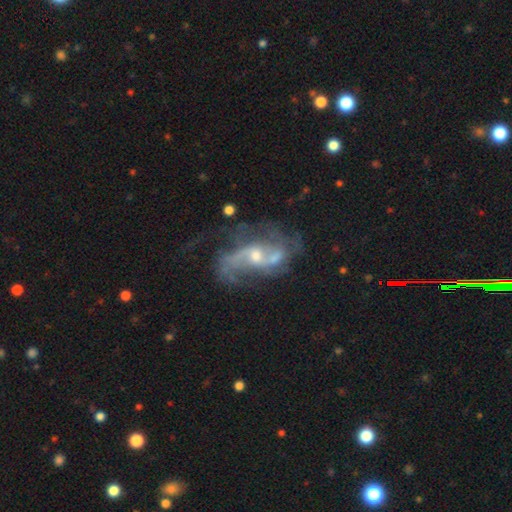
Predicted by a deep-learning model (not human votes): smooth-or-featured: featured or disk: 82% | smooth: 9% | star or artifact: 8%
  disk-edge-on: no: 96% | yes: 4%
    bar: no: 51% | weak: 37% | strong: 12%
    has-spiral-arms: yes: 86% | no: 14%
      spiral-winding: loose: 56% | medium: 33% | tight: 10%
      spiral-arm-count: 2: 68% | can't tell: 14% | 3: 7% | 1: 6% | 4: 3% | more than 4: 2%
    bulge-size: moderate: 52% | small: 40% | large: 4% | none: 3% | dominant: 1%
  merging: none: 38% | major disturbance: 25% | merger: 19% | minor disturbance: 18%